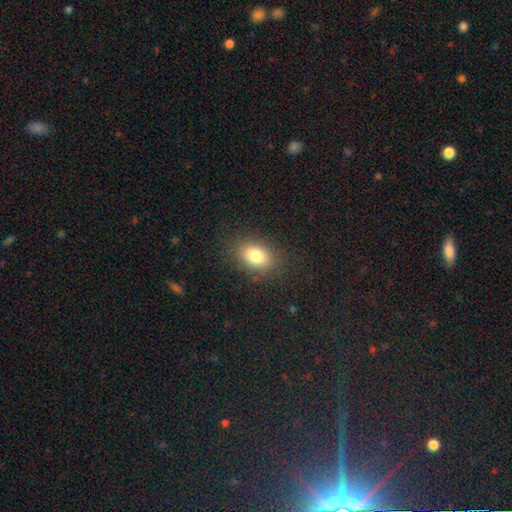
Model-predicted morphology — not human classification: The model was most divided on "how rounded": in between: 76%, round: 23%, cigar-shaped: 1%. More confident: merging — none (85%); smooth or featured — smooth (80%).